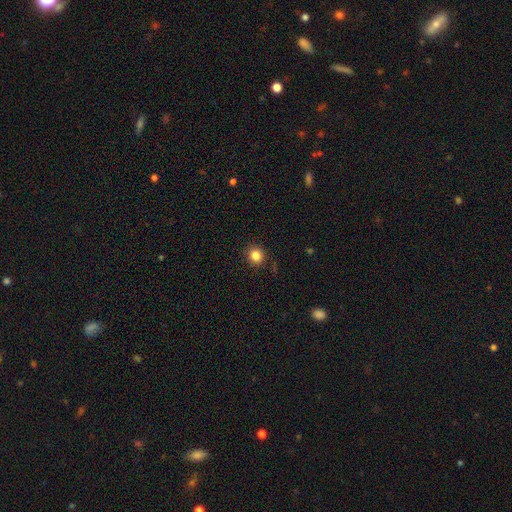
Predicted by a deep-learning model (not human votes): The model was most divided on "smooth or featured": smooth: 84%, star or artifact: 12%, featured or disk: 5%. More confident: how rounded — round (90%); merging — none (90%).